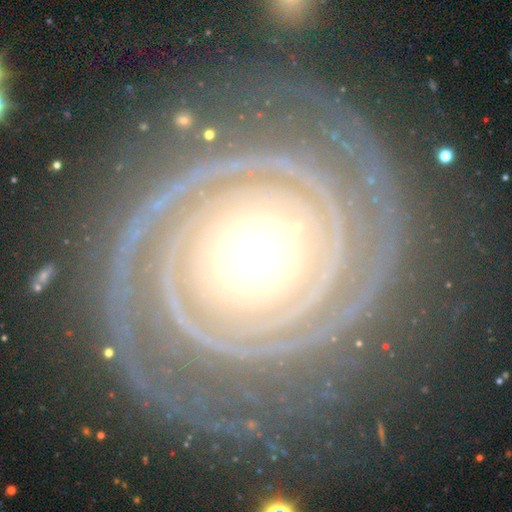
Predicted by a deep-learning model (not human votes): smooth_or_featured: featured or disk (p=0.90) [alt: smooth p=0.05]
disk_edge_on: no (p=0.97) [alt: yes p=0.03]
bar: no (p=0.85) [alt: weak p=0.08]
has_spiral_arms: yes (p=0.94) [alt: no p=0.06]
spiral_winding: tight (p=0.83) [alt: medium p=0.13]
spiral_arm_count: 2 (p=0.50) [alt: can't tell p=0.14]
bulge_size: moderate (p=0.60) [alt: large p=0.19]
merging: none (p=0.76) [alt: minor disturbance p=0.13]